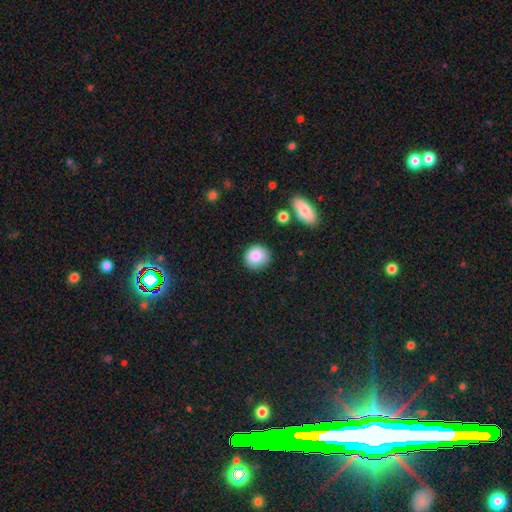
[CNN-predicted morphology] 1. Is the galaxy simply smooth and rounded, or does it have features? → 85% smooth, 8% star or artifact, 7% featured or disk.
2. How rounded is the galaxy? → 87% round, 12% in between, 1% cigar-shaped.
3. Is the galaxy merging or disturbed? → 84% none, 11% minor disturbance, 3% merger, 3% major disturbance.